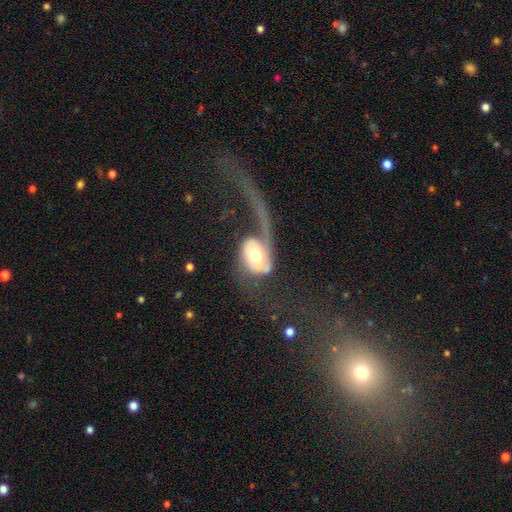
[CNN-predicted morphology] Q: Smooth or featured?
A: featured or disk (65%); runner-up: smooth (29%)
Q: Edge-on disk?
A: no (96%); runner-up: yes (4%)
Q: Bar?
A: no (72%); runner-up: weak (22%)
Q: Spiral arms?
A: yes (75%); runner-up: no (25%)
Q: Bulge size?
A: moderate (68%); runner-up: large (14%)
Q: Merging?
A: major disturbance (66%); runner-up: none (16%)